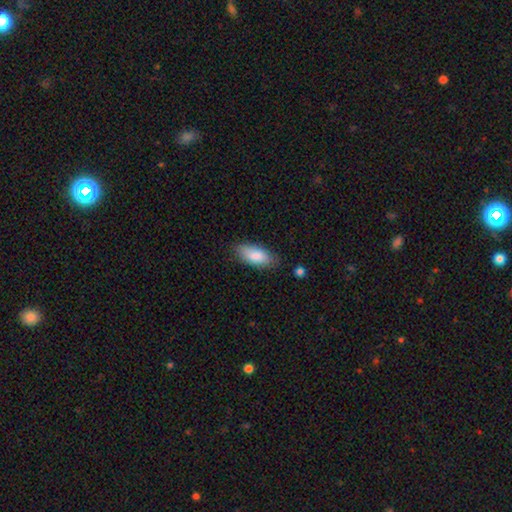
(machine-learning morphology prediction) Overall: smooth (85%). How rounded: in between (86%). Merging: none (80%).